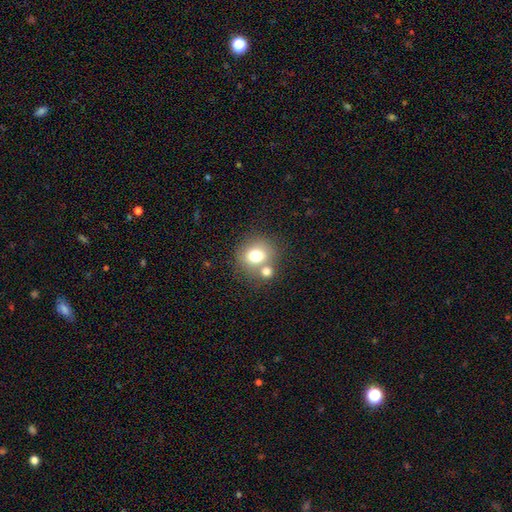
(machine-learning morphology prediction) Smooth or featured?
  - smooth: 73% *
  - featured or disk: 16%
  - star or artifact: 12%
How rounded?
  - round: 75% *
  - in between: 24%
  - cigar-shaped: 1%
Merging?
  - none: 59% *
  - merger: 27%
  - minor disturbance: 11%
  - major disturbance: 4%